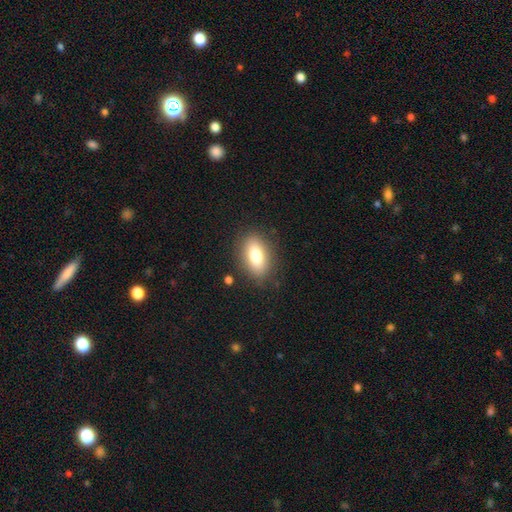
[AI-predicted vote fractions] Q: Smooth or featured?
A: smooth (78%); runner-up: featured or disk (13%)
Q: How rounded?
A: in between (87%); runner-up: round (8%)
Q: Merging?
A: none (84%); runner-up: minor disturbance (11%)